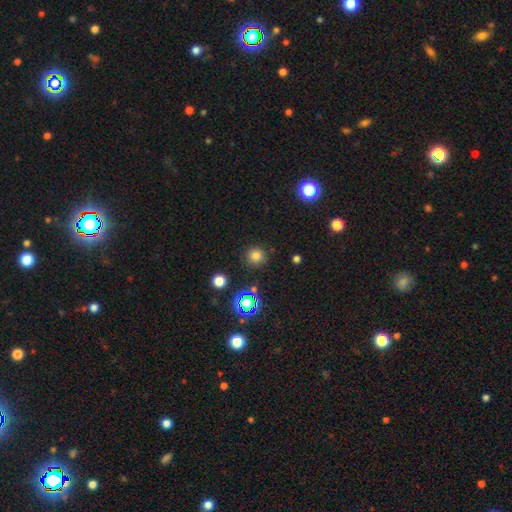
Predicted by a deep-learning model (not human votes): Smooth or featured? Predicted: smooth (p=0.74). How rounded? Predicted: round (p=0.94). Merging? Predicted: none (p=0.88).